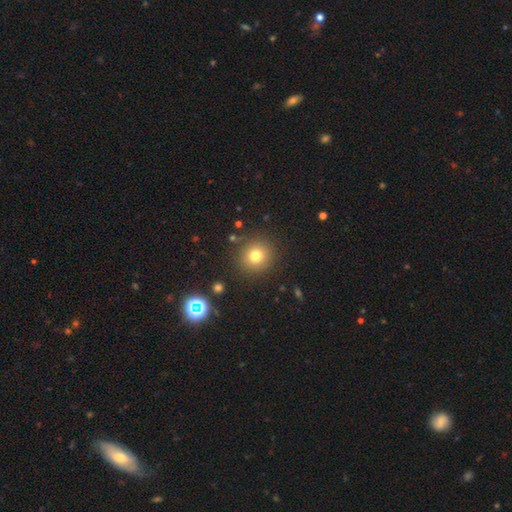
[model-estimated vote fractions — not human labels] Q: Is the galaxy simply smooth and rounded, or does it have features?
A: smooth — 76%.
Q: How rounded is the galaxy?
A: round — 90%.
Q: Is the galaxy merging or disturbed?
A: none — 88%.